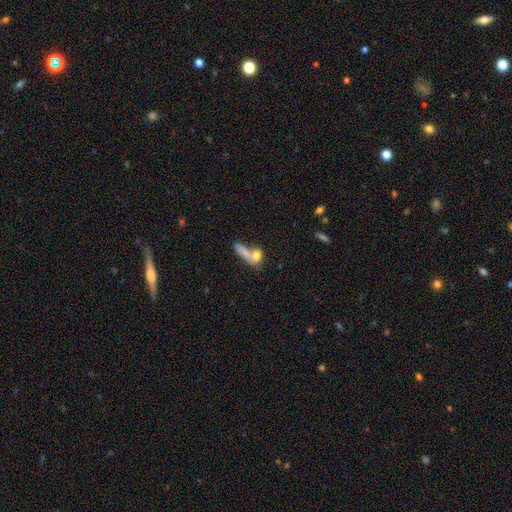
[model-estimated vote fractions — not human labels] Smooth or featured? Predicted: smooth (p=0.72). How rounded? Predicted: in between (p=0.53). Merging? Predicted: merger (p=0.53).